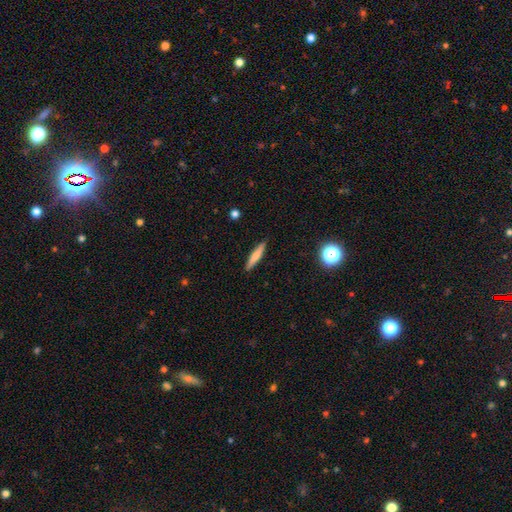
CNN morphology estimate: A smooth galaxy with no disk features (70%) that is cigar-shaped (89%).

Vote fractions:
- Smooth or featured? smooth: 70% / featured or disk: 23% / star or artifact: 7%
- How rounded? cigar-shaped: 89% / in between: 9% / round: 2%
- Merging? none: 89% / minor disturbance: 8% / major disturbance: 2% / merger: 1%